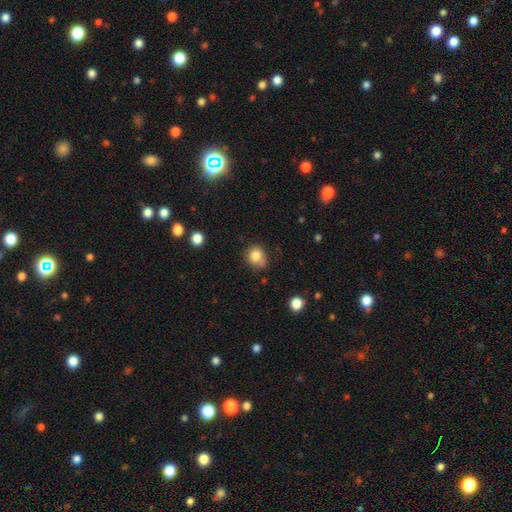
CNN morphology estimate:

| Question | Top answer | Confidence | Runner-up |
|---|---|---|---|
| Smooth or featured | smooth | 81% | star or artifact (11%) |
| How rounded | round | 71% | in between (29%) |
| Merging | none | 59% | minor disturbance (27%) |